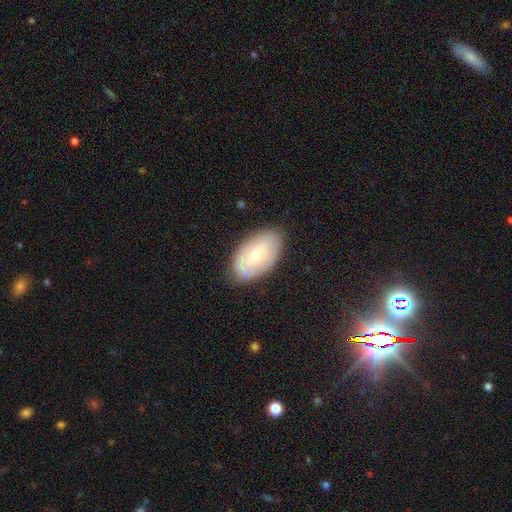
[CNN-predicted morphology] This is possibly a smooth galaxy (55%). How rounded: clearly in between (93%). Merging: clearly none (81%).